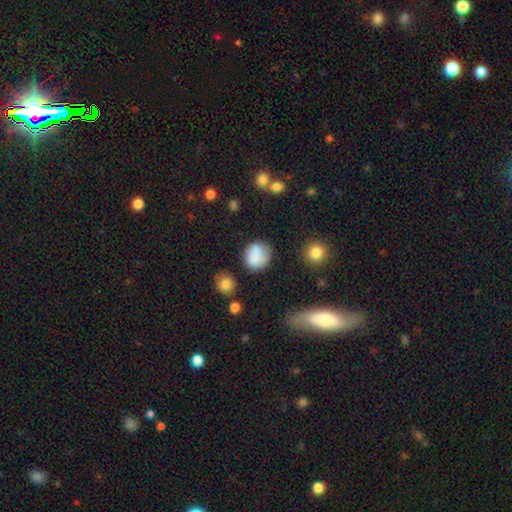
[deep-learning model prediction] A smooth galaxy with no disk features (78%) that is round (77%). Merging: none (61%).